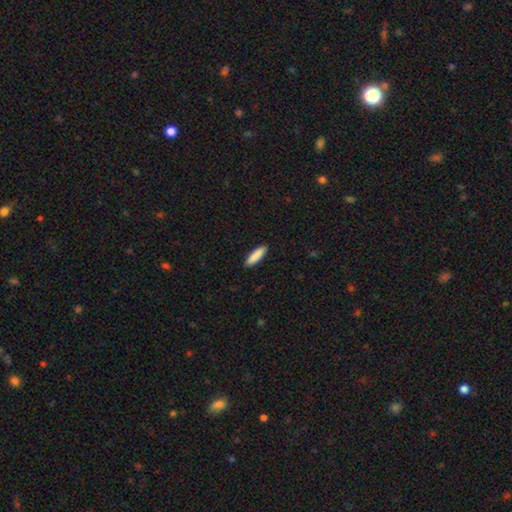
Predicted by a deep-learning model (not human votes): smooth-or-featured: smooth: 88% | featured or disk: 6% | star or artifact: 6%
  how-rounded: cigar-shaped: 73% | in between: 26% | round: 1%
  merging: none: 91% | minor disturbance: 6% | major disturbance: 1% | merger: 1%